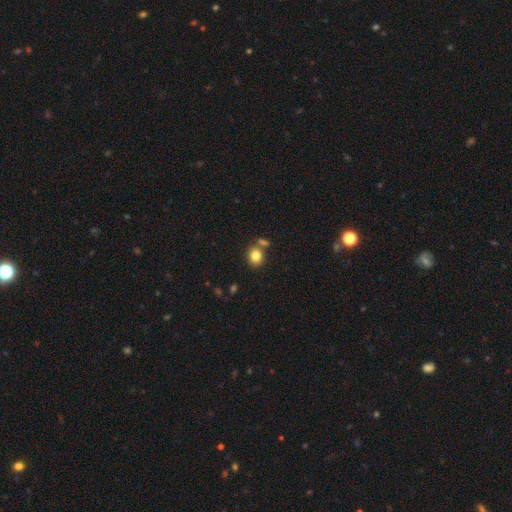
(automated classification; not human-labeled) A smooth galaxy with no disk features (82%) that is round (66%). Merging: none (66%).